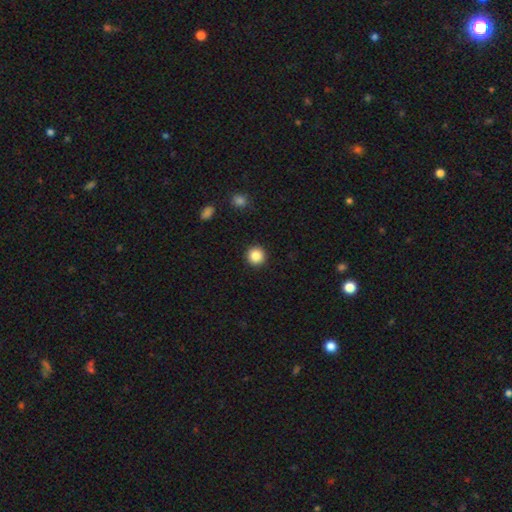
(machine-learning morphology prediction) The model was most divided on "smooth or featured": smooth: 86%, star or artifact: 10%, featured or disk: 4%. More confident: how rounded — round (95%); merging — none (93%).